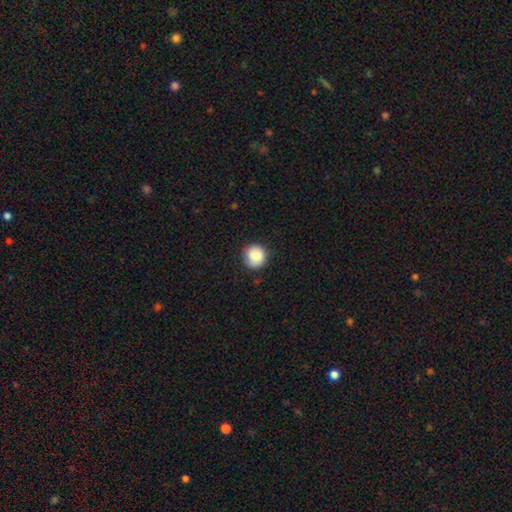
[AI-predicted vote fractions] Smooth or featured? Predicted: smooth (p=0.86). How rounded? Predicted: round (p=0.91). Merging? Predicted: none (p=0.82).